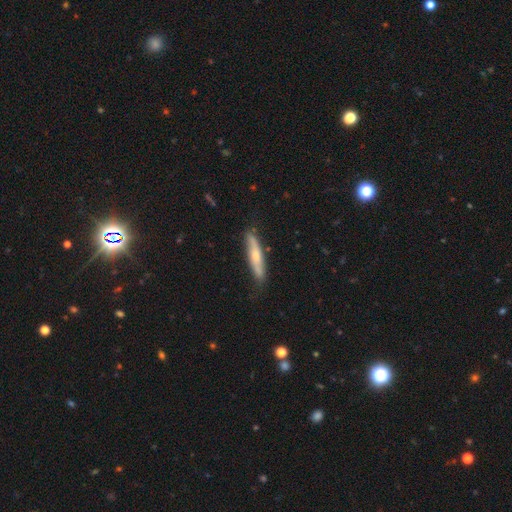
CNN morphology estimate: smooth-or-featured: smooth: 48% | featured or disk: 47% | star or artifact: 6%
  merging: none: 78% | minor disturbance: 18% | major disturbance: 3% | merger: 2%